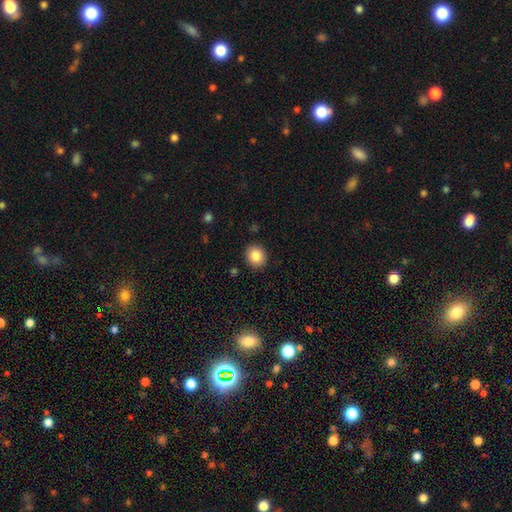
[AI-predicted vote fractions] A smooth galaxy with no disk features (85%) that is round (79%).

Vote fractions:
- Smooth or featured? smooth: 85% / star or artifact: 9% / featured or disk: 6%
- How rounded? round: 79% / in between: 20% / cigar-shaped: 1%
- Merging? none: 90% / minor disturbance: 7% / major disturbance: 2% / merger: 1%